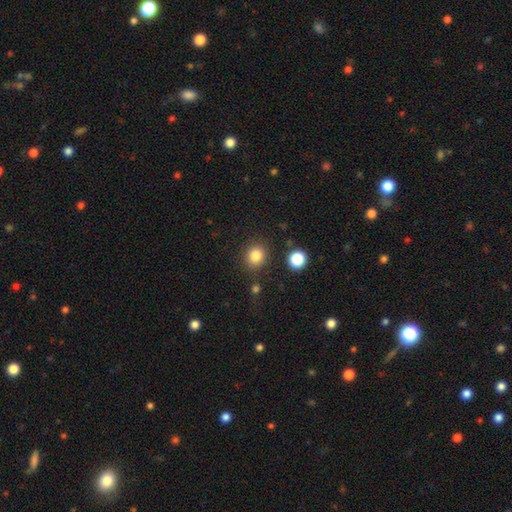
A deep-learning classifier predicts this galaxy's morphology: Overall: smooth (84%). How rounded: round (74%). Merging: none (83%).